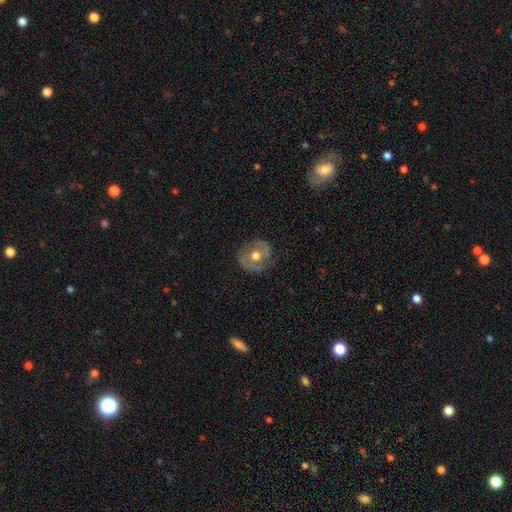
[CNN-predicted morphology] The model was most divided on "spiral arms": no: 56%, yes: 44%. More confident: edge-on disk — no (96%); merging — none (78%); bar — no (78%); bulge size — moderate (75%); smooth or featured — featured or disk (56%).